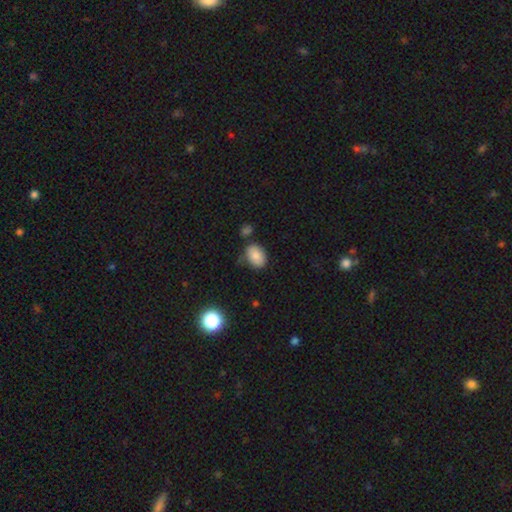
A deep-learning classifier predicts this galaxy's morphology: Q: Smooth or featured?
A: smooth (84%); runner-up: star or artifact (9%)
Q: How rounded?
A: in between (81%); runner-up: round (18%)
Q: Merging?
A: none (67%); runner-up: minor disturbance (21%)